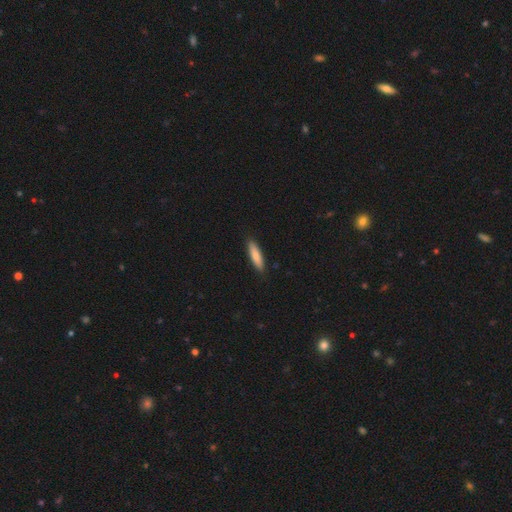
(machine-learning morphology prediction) Smooth or featured?
  - smooth: 82% *
  - featured or disk: 13%
  - star or artifact: 5%
How rounded?
  - cigar-shaped: 71% *
  - in between: 27%
  - round: 1%
Merging?
  - none: 89% *
  - minor disturbance: 9%
  - major disturbance: 2%
  - merger: 1%